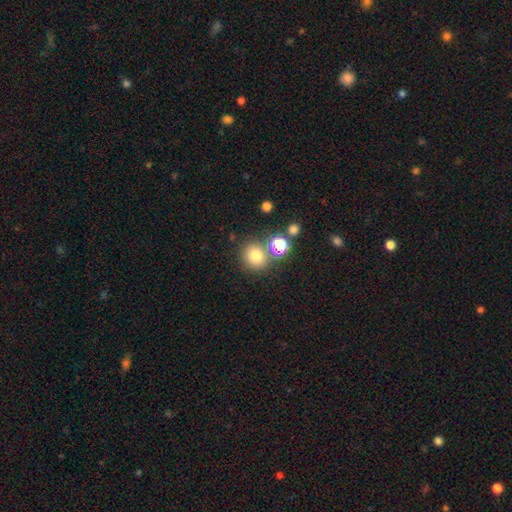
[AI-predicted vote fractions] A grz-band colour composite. It shows a smooth galaxy with no disk features (77%) that is round (88%). Merging: none (71%).